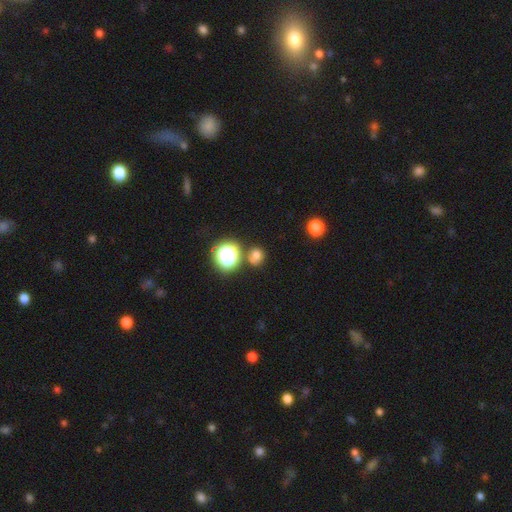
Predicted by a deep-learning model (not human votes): smooth-or-featured: smooth: 69% | star or artifact: 24% | featured or disk: 7%
  how-rounded: round: 78% | in between: 21% | cigar-shaped: 1%
  merging: none: 72% | merger: 13% | minor disturbance: 11% | major disturbance: 4%